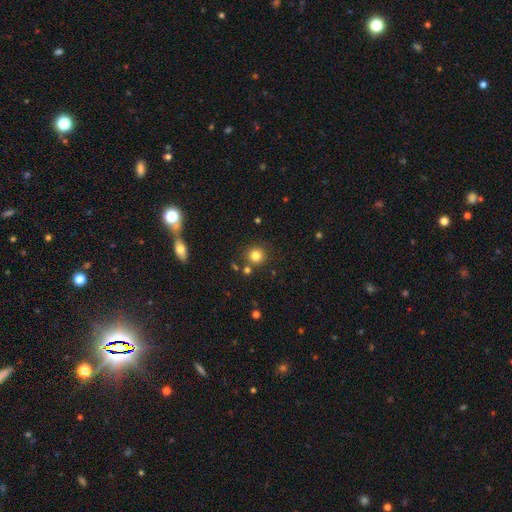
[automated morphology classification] smooth-or-featured: smooth: 81% | star or artifact: 12% | featured or disk: 7%
  how-rounded: round: 92% | in between: 7% | cigar-shaped: 1%
  merging: none: 81% | merger: 8% | minor disturbance: 8% | major disturbance: 3%